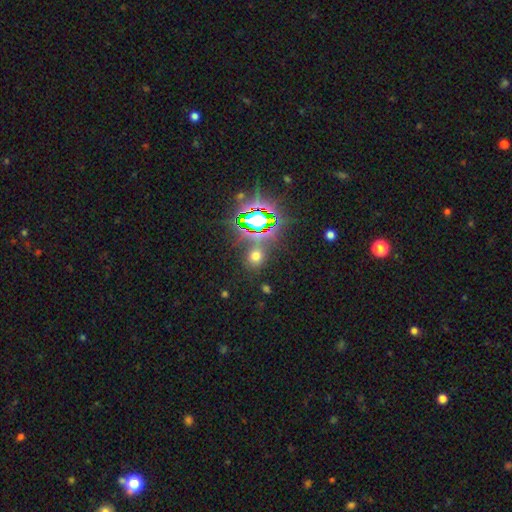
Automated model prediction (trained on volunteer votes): The model was most divided on "smooth or featured": smooth: 53%, star or artifact: 39%, featured or disk: 8%. More confident: merging — none (78%); how rounded — round (76%).